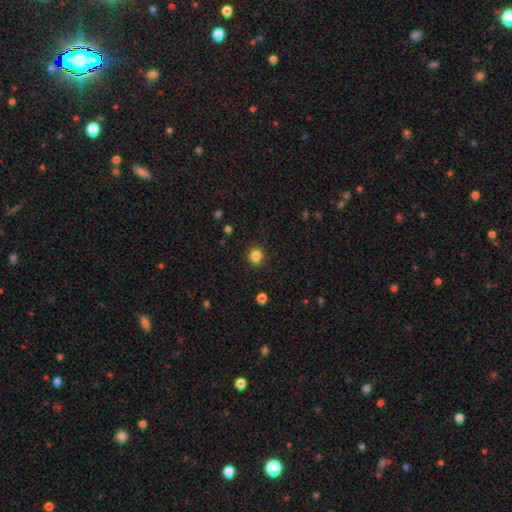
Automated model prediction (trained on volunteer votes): Q: Smooth or featured?
A: smooth (85%); runner-up: star or artifact (11%)
Q: How rounded?
A: round (87%); runner-up: in between (12%)
Q: Merging?
A: none (90%); runner-up: minor disturbance (6%)